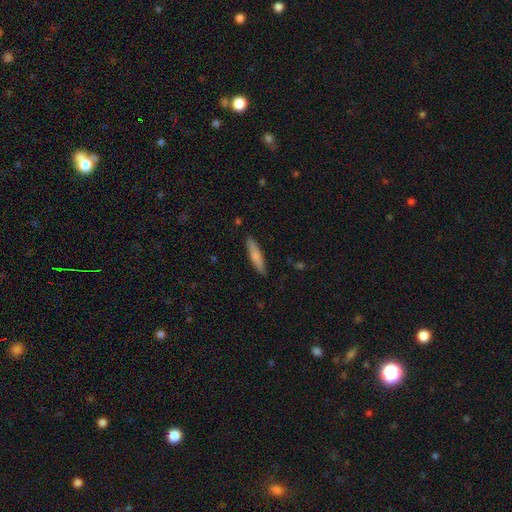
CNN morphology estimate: A smooth galaxy with no disk features (74%) that is cigar-shaped (83%).

Vote fractions:
- Smooth or featured? smooth: 74% / featured or disk: 20% / star or artifact: 5%
- How rounded? cigar-shaped: 83% / in between: 15% / round: 1%
- Merging? none: 88% / minor disturbance: 9% / major disturbance: 2% / merger: 1%